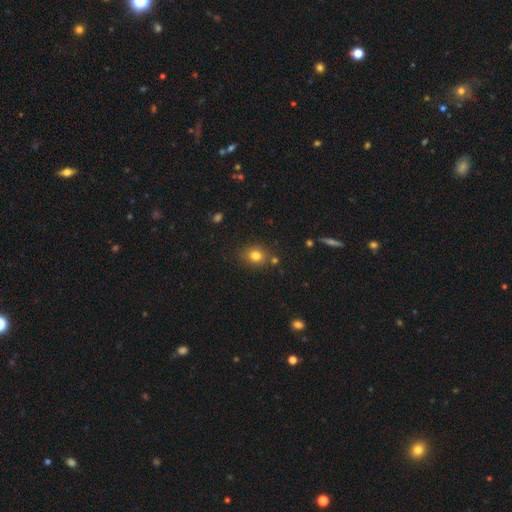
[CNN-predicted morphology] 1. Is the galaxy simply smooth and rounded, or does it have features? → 79% smooth, 13% star or artifact, 8% featured or disk.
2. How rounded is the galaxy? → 64% round, 35% in between, 1% cigar-shaped.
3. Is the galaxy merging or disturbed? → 79% none, 12% minor disturbance, 6% merger, 3% major disturbance.